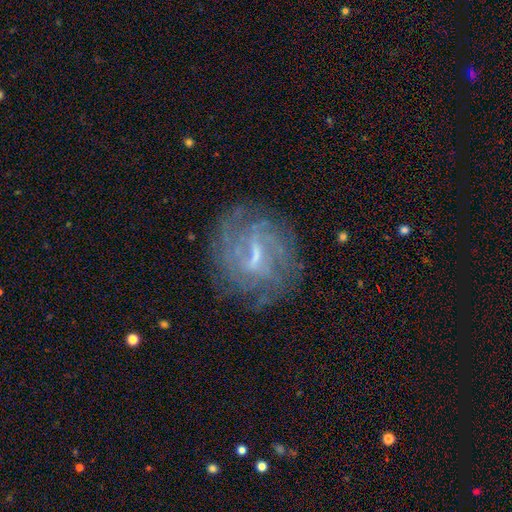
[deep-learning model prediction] smooth-or-featured: featured or disk: 82% | smooth: 10% | star or artifact: 8%
  disk-edge-on: no: 96% | yes: 4%
    bar: weak: 50% | strong: 38% | no: 12%
    has-spiral-arms: yes: 82% | no: 18%
      spiral-winding: tight: 55% | medium: 32% | loose: 13%
      spiral-arm-count: can't tell: 52% | 2: 16% | 4: 11% | 3: 11% | more than 4: 6% | 1: 5%
    bulge-size: small: 49% | moderate: 25% | none: 23% | large: 2% | dominant: 1%
  merging: none: 73% | minor disturbance: 16% | major disturbance: 10% | merger: 2%